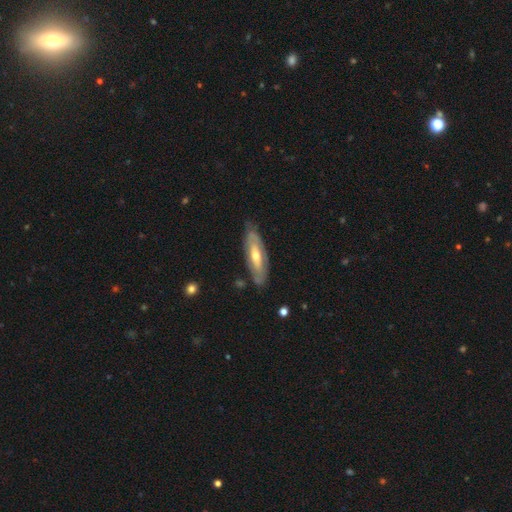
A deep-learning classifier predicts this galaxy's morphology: Overall: featured or disk (65%; smooth 30%). Edge-on disk: no (71%). Merging: none (77%).